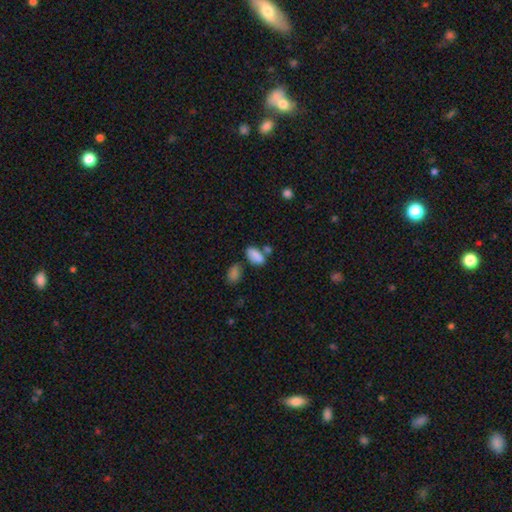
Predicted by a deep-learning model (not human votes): Smooth or featured: smooth — 84% (star or artifact — 9%)
How rounded: in between — 90% (cigar-shaped — 6%)
Merging: none — 56% (merger — 23%)